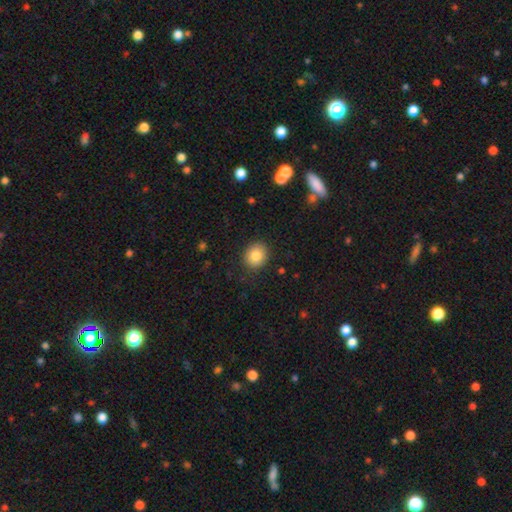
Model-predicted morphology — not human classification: Q: Smooth or featured?
A: smooth (84%); runner-up: star or artifact (9%)
Q: How rounded?
A: round (75%); runner-up: in between (25%)
Q: Merging?
A: none (88%); runner-up: minor disturbance (9%)